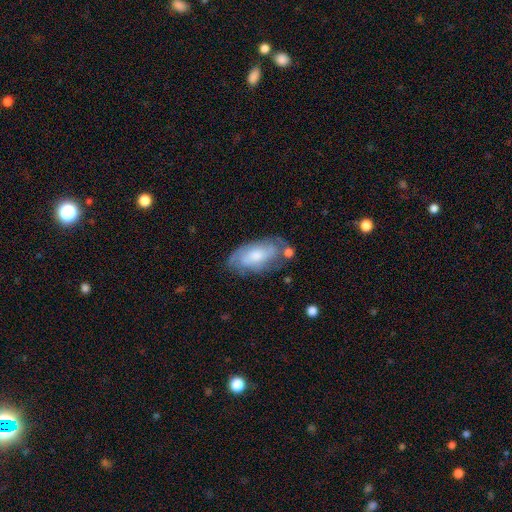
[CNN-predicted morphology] smooth-or-featured: smooth: 48% | featured or disk: 46% | star or artifact: 6%
  merging: none: 58% | minor disturbance: 26% | major disturbance: 10% | merger: 7%